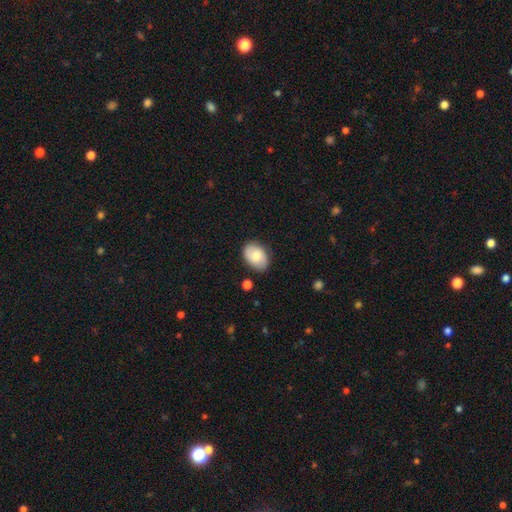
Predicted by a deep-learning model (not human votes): Smooth or featured? smooth (63%)
How rounded? in between (80%)
Merging? none (81%)